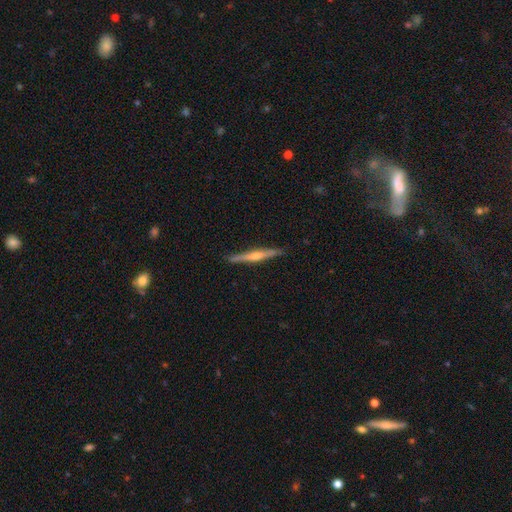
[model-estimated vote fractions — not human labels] featured or disk 70%, smooth 24%, star or artifact 5%. Down the decision tree: edge-on disk — yes (98%); edge-on bulge — rounded (76%); merging — none (90%).